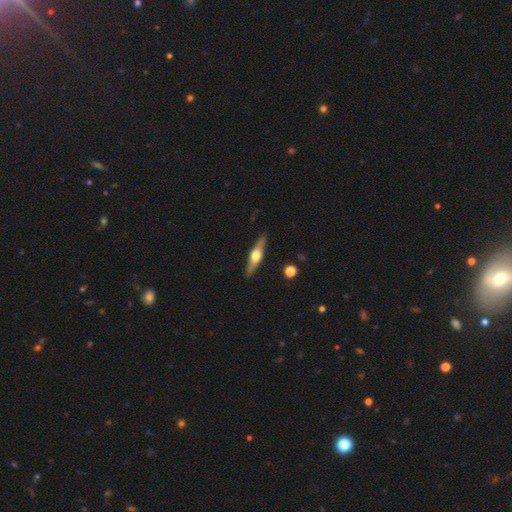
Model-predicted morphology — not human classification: Overall: featured or disk (64%; smooth 31%). Edge-on disk: yes (95%). Edge-on bulge: rounded (95%). Merging: none (90%).